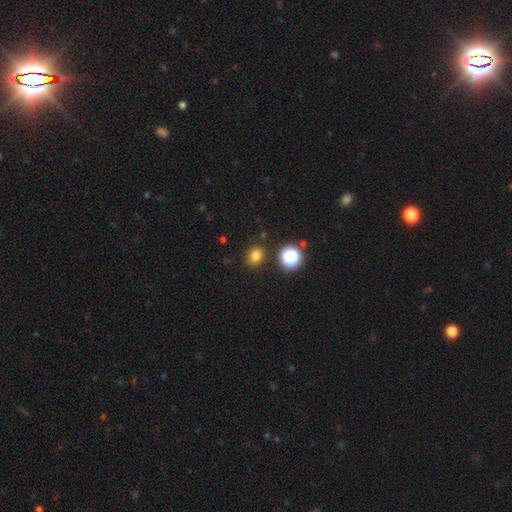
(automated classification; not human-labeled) smooth-or-featured: smooth: 78% | star or artifact: 17% | featured or disk: 5%
  how-rounded: round: 64% | in between: 35% | cigar-shaped: 1%
  merging: none: 85% | minor disturbance: 9% | merger: 4% | major disturbance: 3%